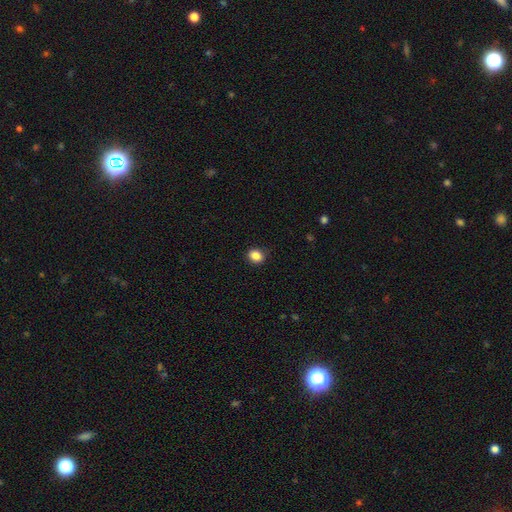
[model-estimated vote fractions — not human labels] smooth_or_featured: smooth (p=0.87) [alt: star or artifact p=0.10]
how_rounded: round (p=0.51) [alt: in between p=0.48]
merging: none (p=0.87) [alt: minor disturbance p=0.09]